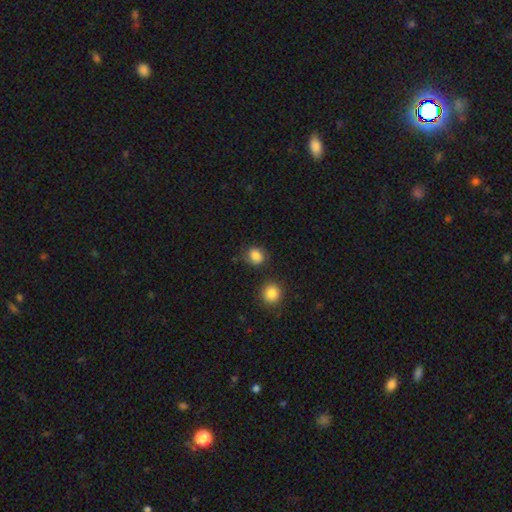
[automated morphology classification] smooth 82%, star or artifact 10%, featured or disk 7%. Down the decision tree: how rounded — round (62%); merging — none (71%).